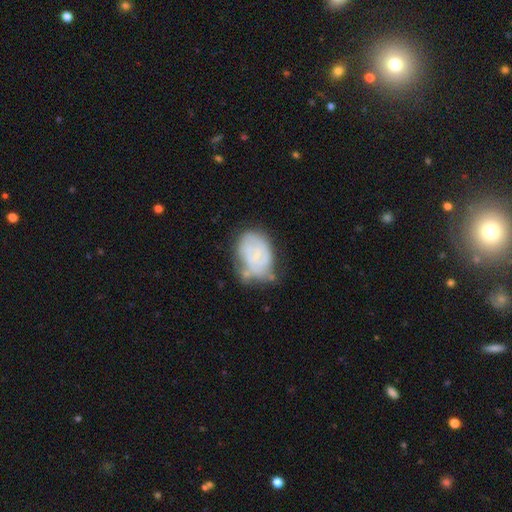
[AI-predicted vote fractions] Overall: featured or disk (65%; smooth 26%). Edge-on disk: no (97%). Bar: no (52%; weak 39%). Spiral arms: yes (76%). Bulge size: small (65%). Merging: none (40%; minor disturbance 34%).